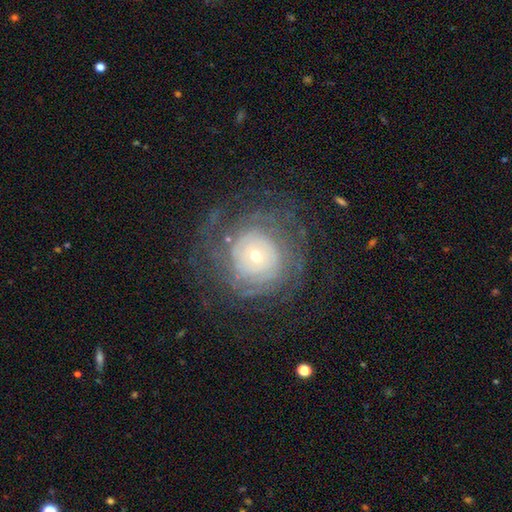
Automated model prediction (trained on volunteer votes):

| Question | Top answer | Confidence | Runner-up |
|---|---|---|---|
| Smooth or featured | featured or disk | 73% | smooth (17%) |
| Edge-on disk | no | 97% | yes (3%) |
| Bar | no | 82% | weak (14%) |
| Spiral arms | yes | 80% | no (20%) |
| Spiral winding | tight | 77% | medium (15%) |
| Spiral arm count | can't tell | 50% | more than 4 (13%) |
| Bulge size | small | 50% | moderate (44%) |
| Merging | none | 71% | minor disturbance (15%) |